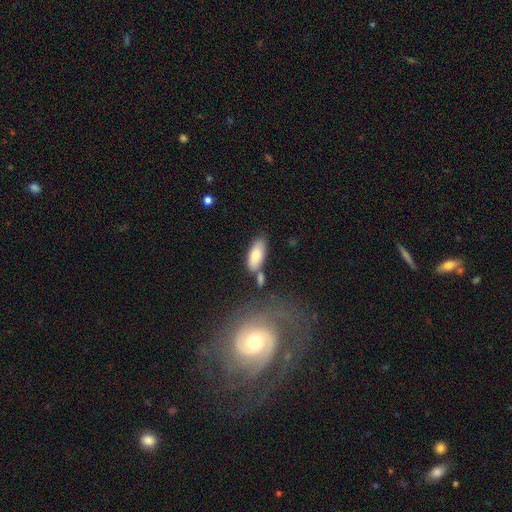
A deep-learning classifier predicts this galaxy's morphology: Q: Smooth or featured?
A: smooth (81%); runner-up: featured or disk (12%)
Q: How rounded?
A: in between (84%); runner-up: cigar-shaped (14%)
Q: Merging?
A: none (65%); runner-up: minor disturbance (16%)